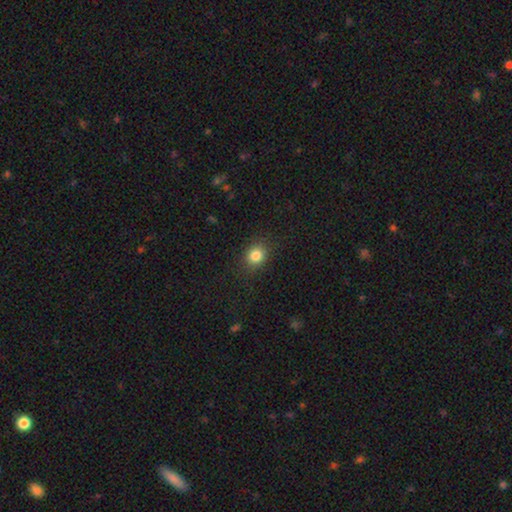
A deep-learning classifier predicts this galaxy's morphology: Smooth or featured?
  - smooth: 83% *
  - star or artifact: 11%
  - featured or disk: 5%
How rounded?
  - round: 65% *
  - in between: 34%
  - cigar-shaped: 1%
Merging?
  - none: 86% *
  - minor disturbance: 10%
  - major disturbance: 3%
  - merger: 1%